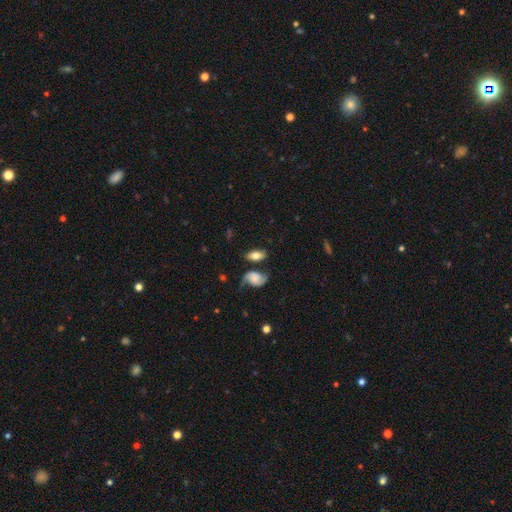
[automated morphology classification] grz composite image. It shows a smooth galaxy with no disk features (63%) that is in between round and cigar-shaped (89%). Merging: none (62%).